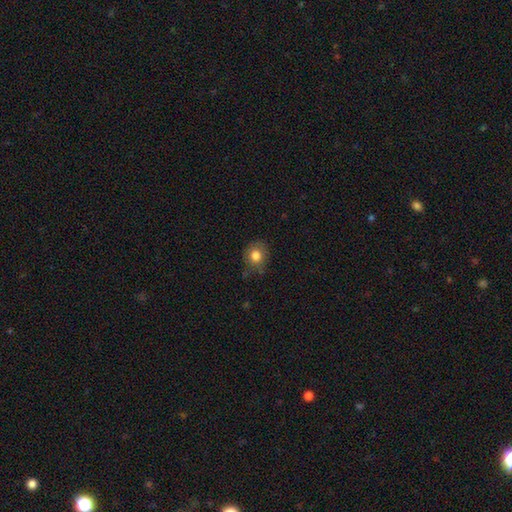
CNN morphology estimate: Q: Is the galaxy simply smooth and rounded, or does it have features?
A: smooth — 80%.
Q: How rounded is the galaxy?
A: round — 73%.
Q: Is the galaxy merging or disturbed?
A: none — 73%.